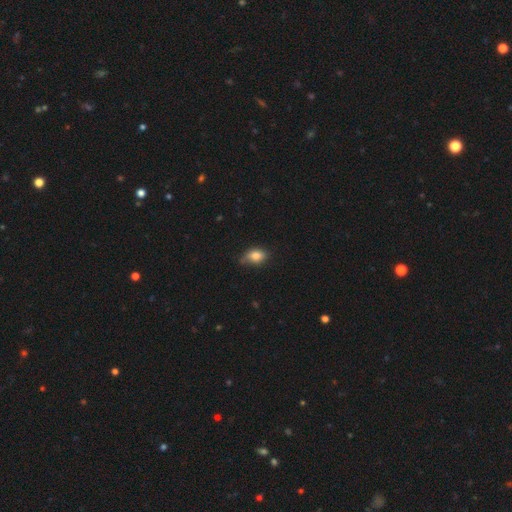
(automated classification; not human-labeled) Smooth or featured? smooth (81%)
How rounded? in between (79%)
Merging? none (57%)